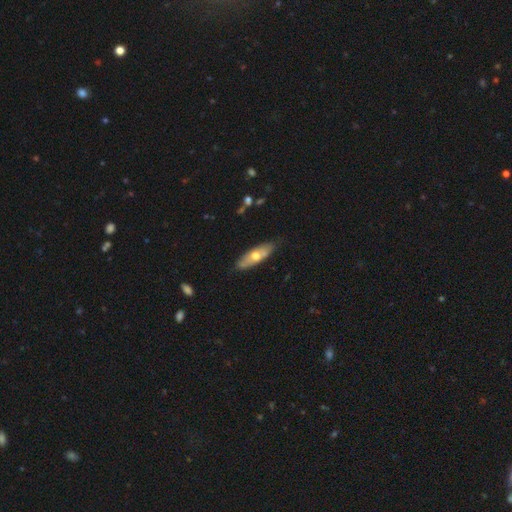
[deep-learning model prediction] Smooth or featured? smooth (50%)
How rounded? in between (54%)
Merging? none (80%)